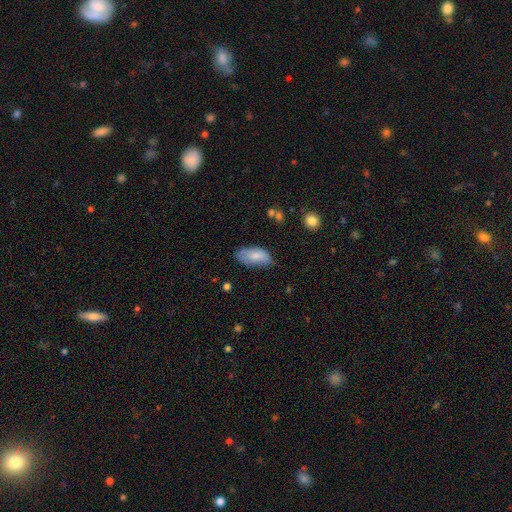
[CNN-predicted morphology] Smooth or featured? Predicted: smooth (p=0.76). How rounded? Predicted: in between (p=0.93). Merging? Predicted: none (p=0.57).